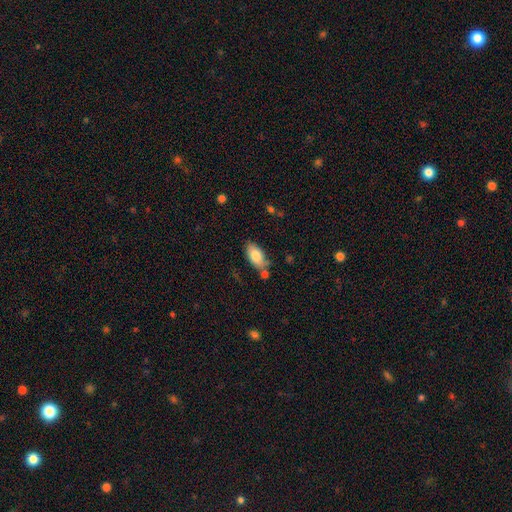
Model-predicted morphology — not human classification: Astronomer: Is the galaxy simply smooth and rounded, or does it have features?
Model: smooth — 81%.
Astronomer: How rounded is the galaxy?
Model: in between — 92%.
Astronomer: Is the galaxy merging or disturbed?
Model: none — 68%.